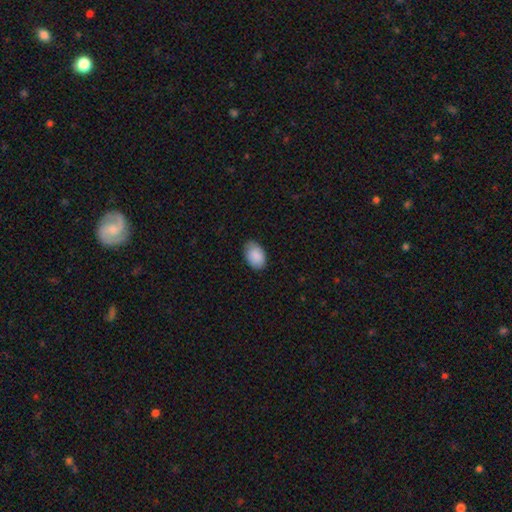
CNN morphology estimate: type=smooth (90%); roundness=in between (91%); merging=none (83%).